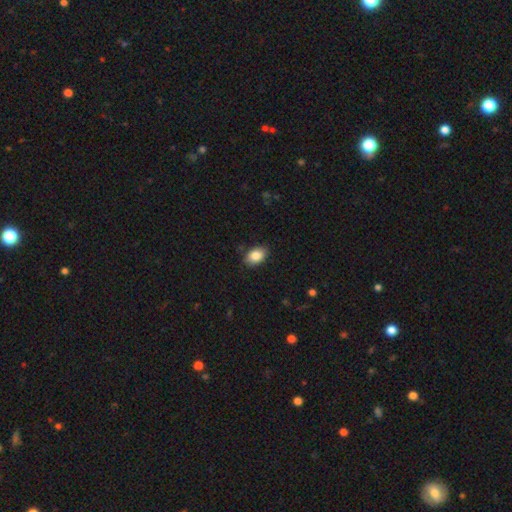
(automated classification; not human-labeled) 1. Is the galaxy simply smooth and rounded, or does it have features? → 87% smooth, 8% star or artifact, 6% featured or disk.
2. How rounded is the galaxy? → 87% in between, 12% round, 1% cigar-shaped.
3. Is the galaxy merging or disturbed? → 85% none, 12% minor disturbance, 2% major disturbance, 1% merger.